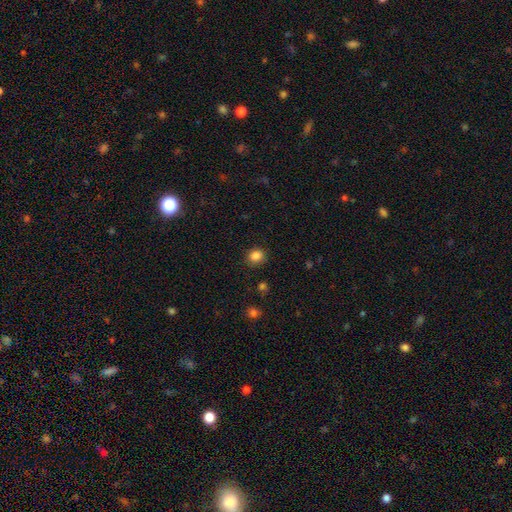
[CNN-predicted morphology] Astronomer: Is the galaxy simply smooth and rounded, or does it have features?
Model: smooth — 85%.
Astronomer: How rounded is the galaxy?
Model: round — 73%.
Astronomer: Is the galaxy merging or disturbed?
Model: none — 88%.